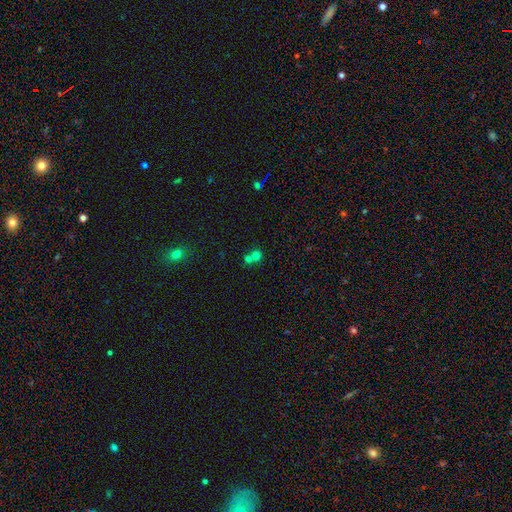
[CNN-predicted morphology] Overall: smooth (69%). How rounded: round (85%). Merging: merger (53%; none 39%).